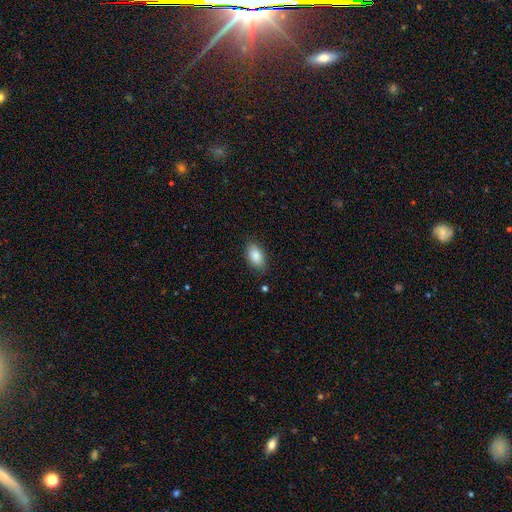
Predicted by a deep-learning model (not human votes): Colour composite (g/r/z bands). It shows a smooth galaxy with no disk features (87%) that is in between round and cigar-shaped (93%). Merging: none (85%).